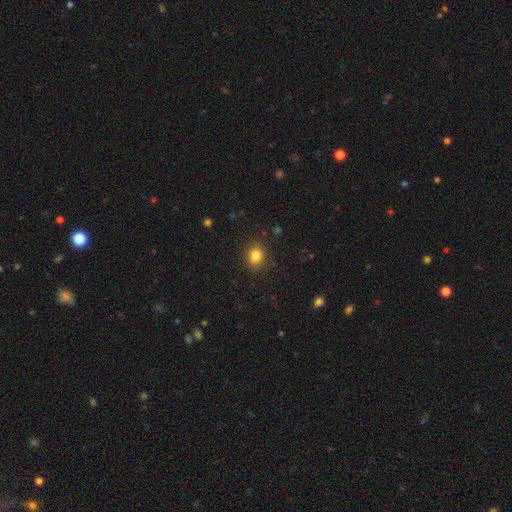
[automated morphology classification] The model was most divided on "how rounded": round: 65%, in between: 34%, cigar-shaped: 1%. More confident: merging — none (88%); smooth or featured — smooth (83%).